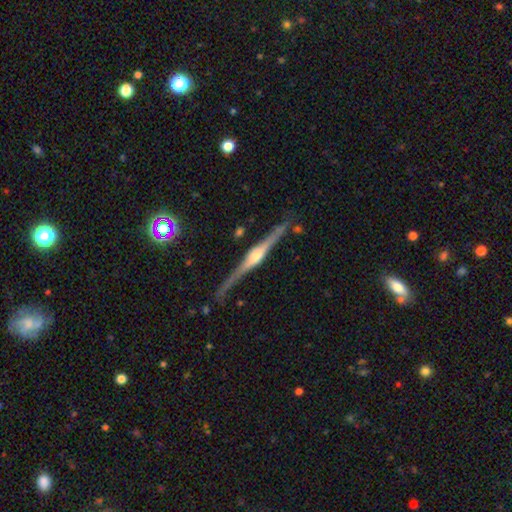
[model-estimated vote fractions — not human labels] This appears to be a featured or disk galaxy (86%) viewed edge-on (98%) with a rounded central bulge (87%). Merging: none (85%).